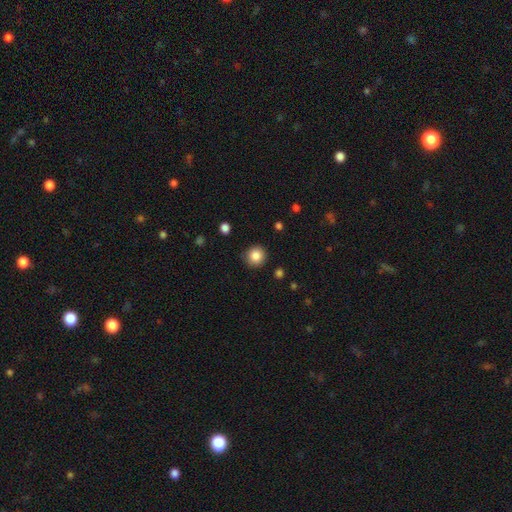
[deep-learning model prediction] Smooth or featured? Predicted: smooth (p=0.86). How rounded? Predicted: round (p=0.92). Merging? Predicted: none (p=0.88).